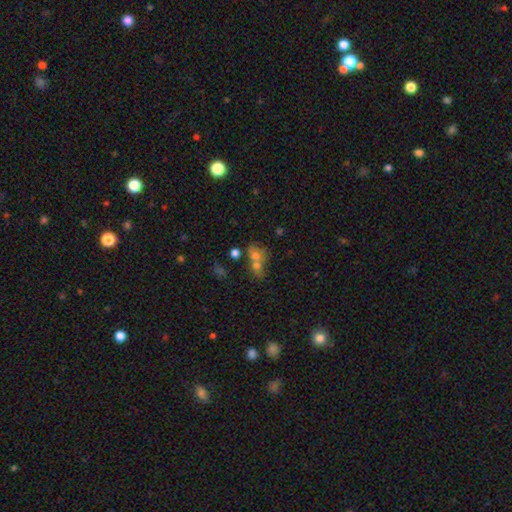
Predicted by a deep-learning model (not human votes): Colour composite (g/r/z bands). It shows a smooth galaxy with no disk features (65%) that is in between round and cigar-shaped (57%). Merging: merger (59%).